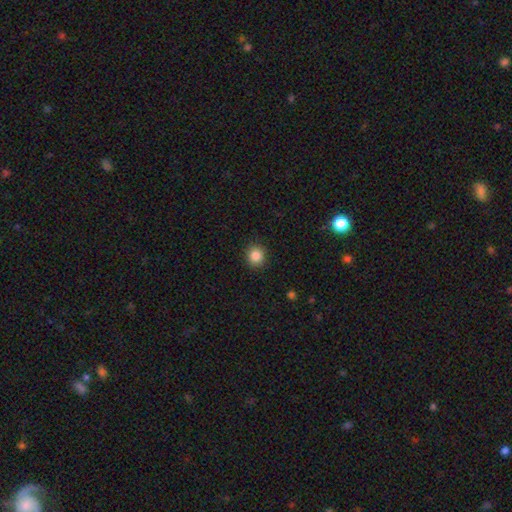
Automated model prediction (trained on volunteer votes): A smooth galaxy with no disk features (86%) that is round (87%). Merging: none (91%).